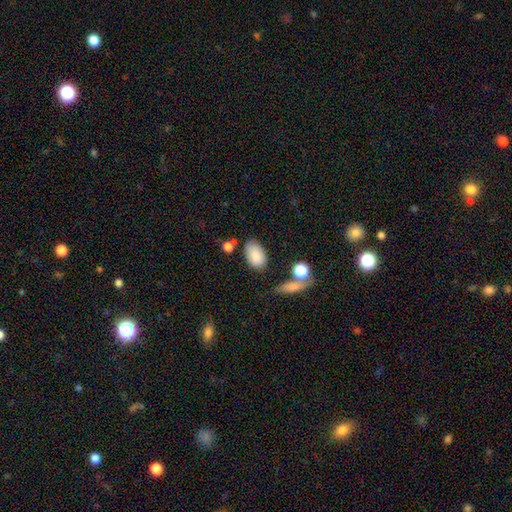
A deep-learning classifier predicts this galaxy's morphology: A smooth galaxy with no disk features (83%) that is in between round and cigar-shaped (93%). Merging: none (73%).